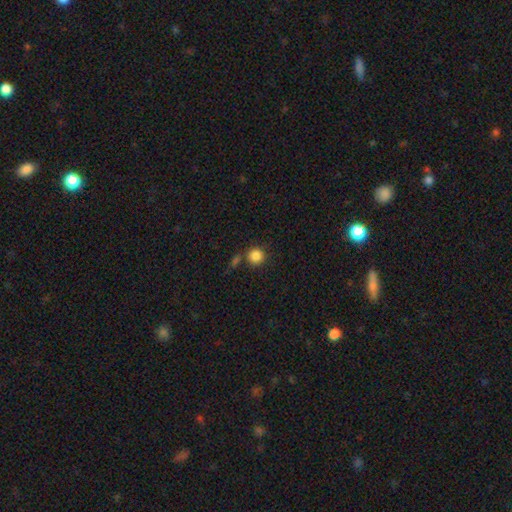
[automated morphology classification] The model was most divided on "merging": none: 74%, merger: 13%, minor disturbance: 10%, major disturbance: 4%. More confident: how rounded — round (93%); smooth or featured — smooth (85%).